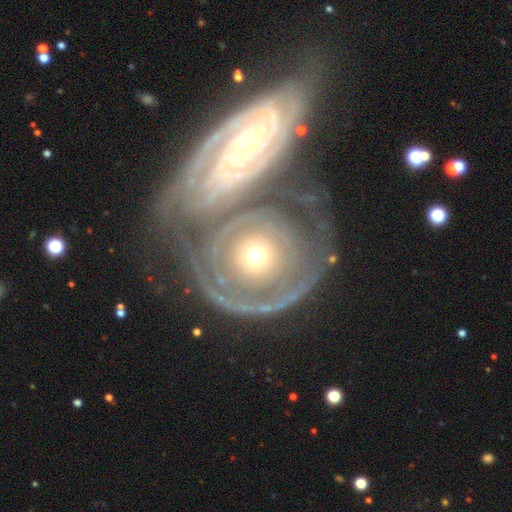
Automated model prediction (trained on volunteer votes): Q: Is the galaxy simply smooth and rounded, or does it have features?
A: featured or disk — 74%.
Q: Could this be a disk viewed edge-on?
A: no — 96%.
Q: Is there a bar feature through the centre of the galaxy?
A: no — 85%.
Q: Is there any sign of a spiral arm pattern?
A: yes — 73%.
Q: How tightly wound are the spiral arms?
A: tight — 69%.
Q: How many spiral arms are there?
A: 2 — 32%.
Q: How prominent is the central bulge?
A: moderate — 55%.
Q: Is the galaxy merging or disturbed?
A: merger — 37%.